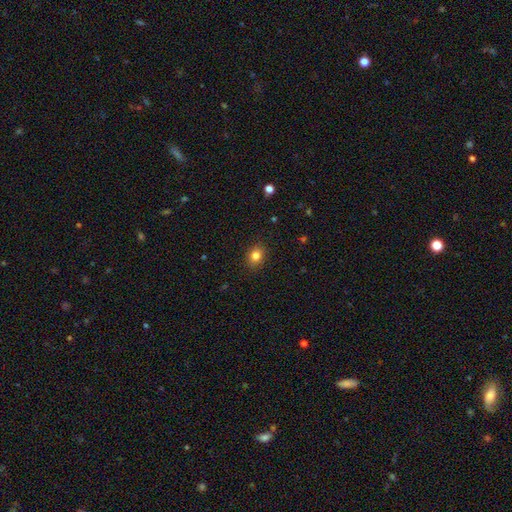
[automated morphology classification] A smooth galaxy with no disk features (83%) that is round (57%).

Vote fractions:
- Smooth or featured? smooth: 83% / star or artifact: 11% / featured or disk: 6%
- How rounded? round: 57% / in between: 42% / cigar-shaped: 1%
- Merging? none: 89% / minor disturbance: 8% / major disturbance: 2% / merger: 1%